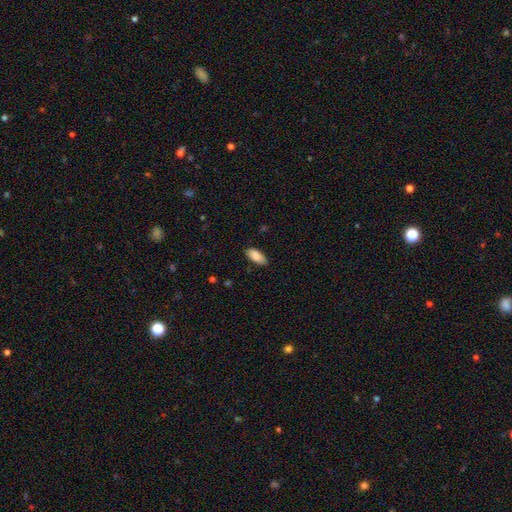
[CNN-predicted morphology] type=smooth (89%); roundness=in between (89%); merging=none (82%).